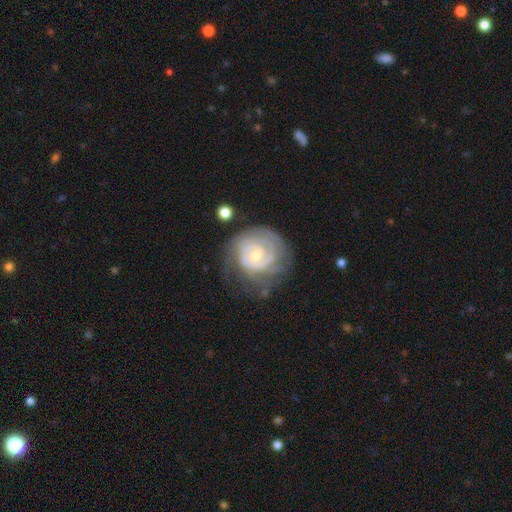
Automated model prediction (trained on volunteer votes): Q: Smooth or featured?
A: featured or disk (83%); runner-up: smooth (12%)
Q: Edge-on disk?
A: no (98%); runner-up: yes (2%)
Q: Bar?
A: no (60%); runner-up: weak (34%)
Q: Spiral arms?
A: yes (94%); runner-up: no (6%)
Q: Spiral winding?
A: tight (75%); runner-up: medium (20%)
Q: Spiral arm count?
A: can't tell (38%); runner-up: 2 (27%)
Q: Bulge size?
A: small (63%); runner-up: moderate (32%)
Q: Merging?
A: none (61%); runner-up: minor disturbance (22%)